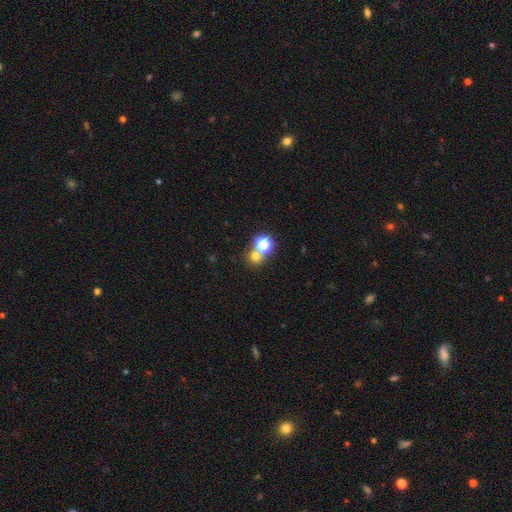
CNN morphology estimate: smooth 67%, star or artifact 25%, featured or disk 8%. Down the decision tree: how rounded — round (88%); merging — none (61%).